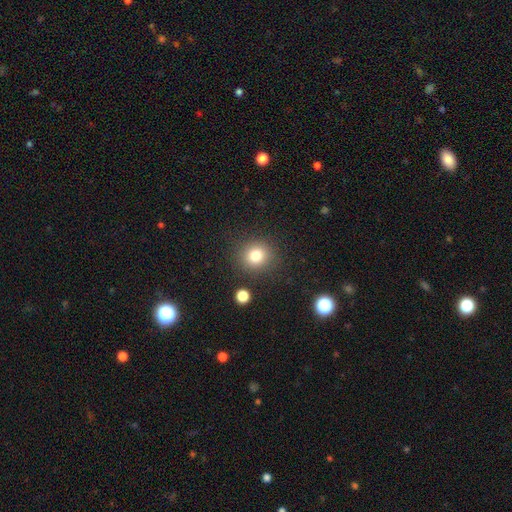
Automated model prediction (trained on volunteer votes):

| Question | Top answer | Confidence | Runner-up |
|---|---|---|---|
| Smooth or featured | smooth | 80% | star or artifact (12%) |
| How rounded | round | 85% | in between (14%) |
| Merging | none | 86% | minor disturbance (8%) |